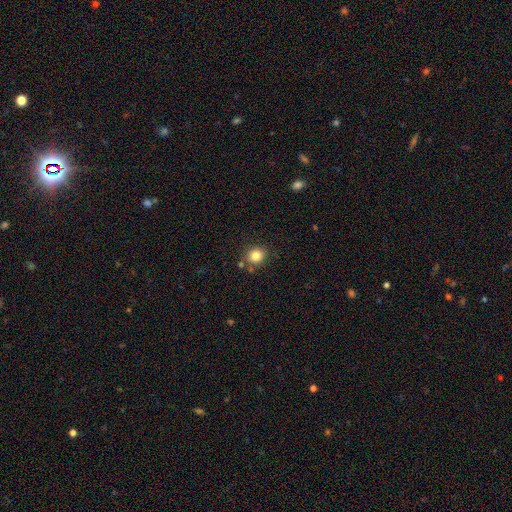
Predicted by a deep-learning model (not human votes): Smooth or featured? smooth (83%)
How rounded? round (75%)
Merging? none (80%)